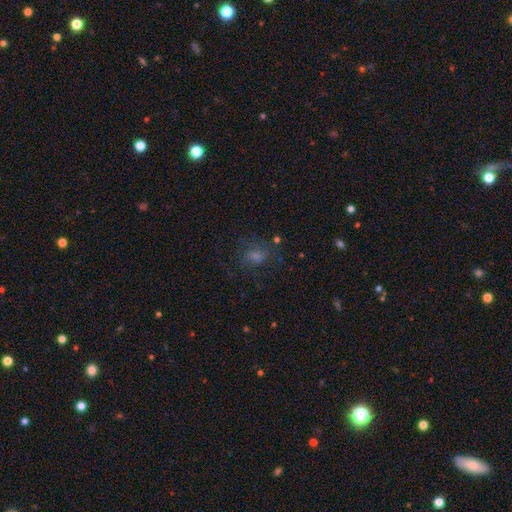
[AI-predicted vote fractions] A smooth galaxy with no disk features (42%).

Vote fractions:
- Smooth or featured? smooth: 42% / star or artifact: 32% / featured or disk: 25%
- Merging? none: 69% / minor disturbance: 16% / major disturbance: 12% / merger: 2%